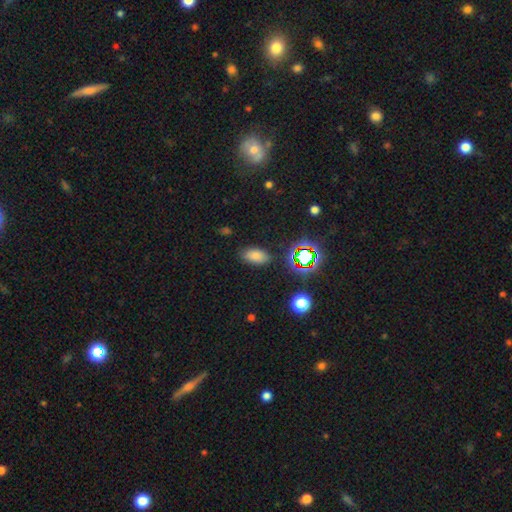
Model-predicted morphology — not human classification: The model was most divided on "smooth or featured": smooth: 73%, star or artifact: 19%, featured or disk: 8%. More confident: how rounded — in between (91%); merging — none (83%).